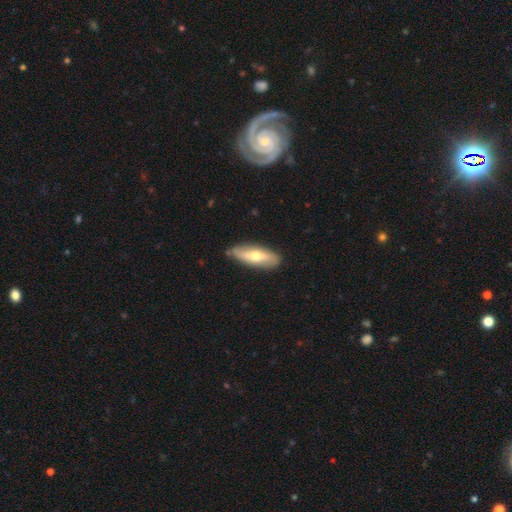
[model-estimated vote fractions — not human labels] smooth_or_featured: featured or disk (p=0.48) [alt: smooth p=0.47]
merging: none (p=0.81) [alt: minor disturbance p=0.15]